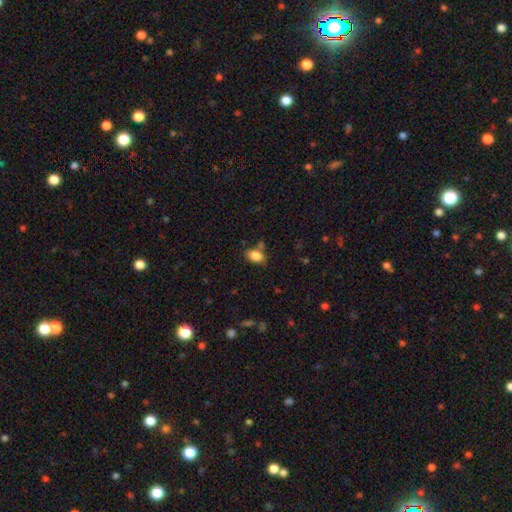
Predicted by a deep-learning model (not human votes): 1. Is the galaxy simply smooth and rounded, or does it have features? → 85% smooth, 9% star or artifact, 6% featured or disk.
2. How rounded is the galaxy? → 82% in between, 17% round, 1% cigar-shaped.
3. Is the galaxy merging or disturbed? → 68% none, 16% minor disturbance, 11% merger, 4% major disturbance.